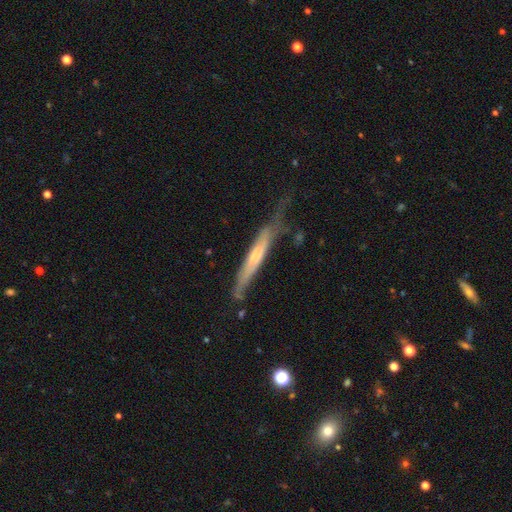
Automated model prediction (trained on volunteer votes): Smooth or featured?
  - featured or disk: 51% *
  - smooth: 43%
  - star or artifact: 6%
Edge-on disk?
  - yes: 84% *
  - no: 16%
Merging?
  - none: 50% *
  - minor disturbance: 30%
  - major disturbance: 15%
  - merger: 5%